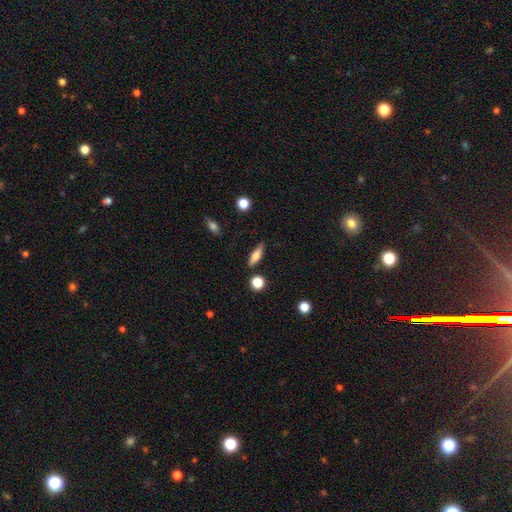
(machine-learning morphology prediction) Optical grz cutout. It shows a smooth galaxy with no disk features (67%) that is cigar-shaped (51%). Merging: none (82%).